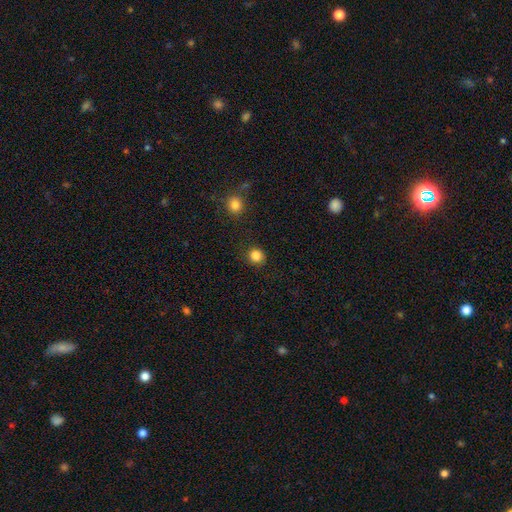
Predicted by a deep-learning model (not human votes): Smooth or featured? Predicted: smooth (p=0.85). How rounded? Predicted: round (p=0.84). Merging? Predicted: none (p=0.86).